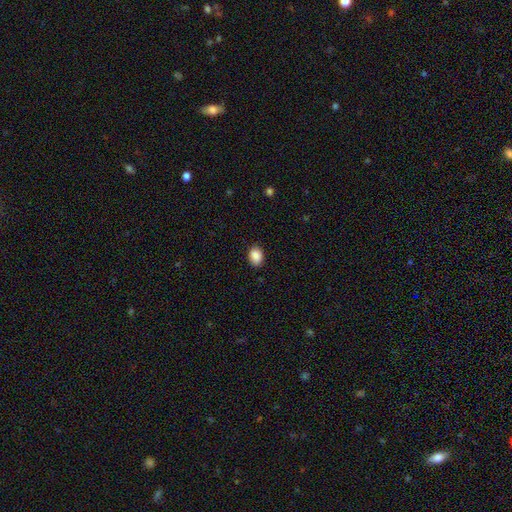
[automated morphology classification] The model was most divided on "how rounded": in between: 75%, round: 24%, cigar-shaped: 1%. More confident: smooth or featured — smooth (89%); merging — none (87%).